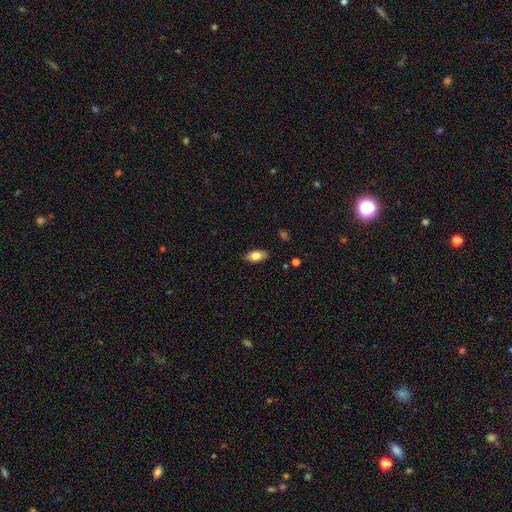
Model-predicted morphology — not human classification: Smooth or featured? Predicted: smooth (p=0.79). How rounded? Predicted: in between (p=0.91). Merging? Predicted: none (p=0.86).